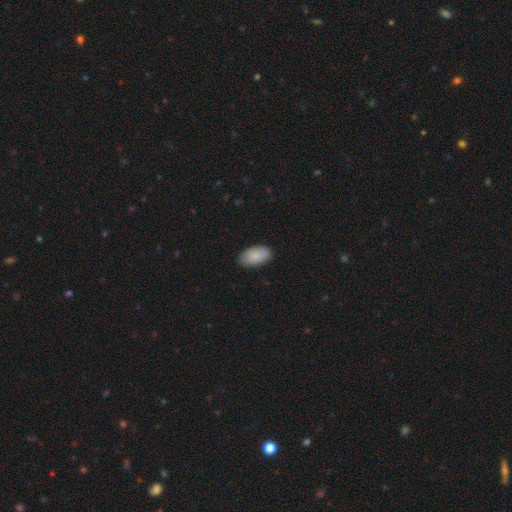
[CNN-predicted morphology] A smooth galaxy with no disk features (87%) that is in between round and cigar-shaped (95%).

Vote fractions:
- Smooth or featured? smooth: 87% / featured or disk: 7% / star or artifact: 6%
- How rounded? in between: 95% / round: 3% / cigar-shaped: 2%
- Merging? none: 84% / minor disturbance: 13% / major disturbance: 2% / merger: 1%